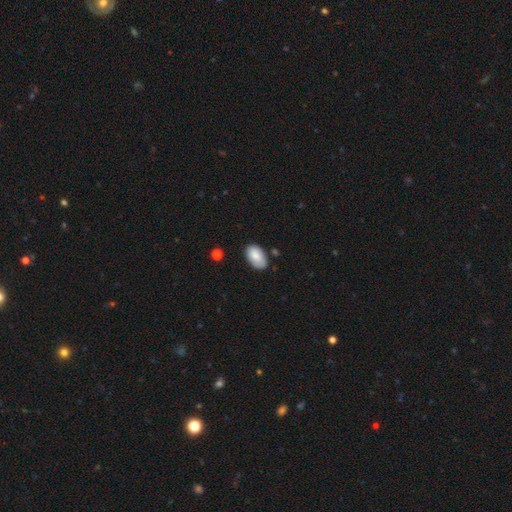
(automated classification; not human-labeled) smooth 81%, featured or disk 13%, star or artifact 7%. Down the decision tree: how rounded — in between (93%); merging — none (68%).